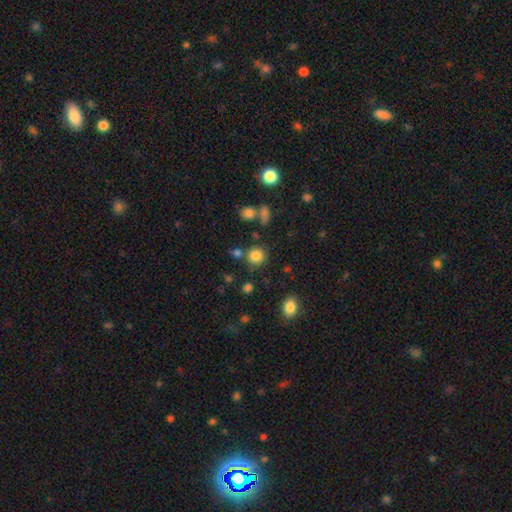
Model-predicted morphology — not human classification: Smooth or featured?
  - smooth: 82% *
  - star or artifact: 12%
  - featured or disk: 6%
How rounded?
  - round: 88% *
  - in between: 11%
  - cigar-shaped: 1%
Merging?
  - none: 76% *
  - minor disturbance: 10%
  - merger: 10%
  - major disturbance: 4%